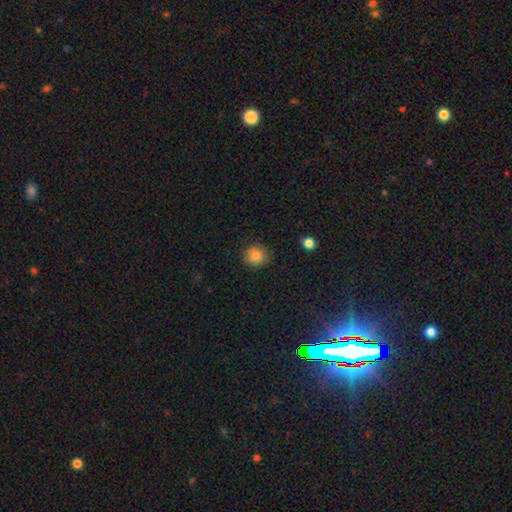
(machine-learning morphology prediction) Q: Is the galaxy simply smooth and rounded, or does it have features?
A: smooth — 82%.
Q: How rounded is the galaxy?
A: round — 88%.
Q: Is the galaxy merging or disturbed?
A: none — 83%.